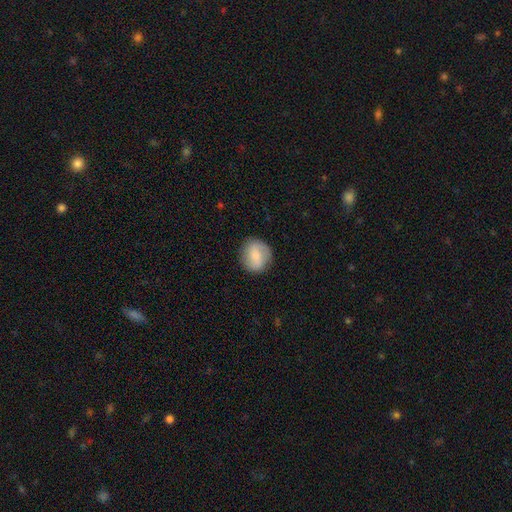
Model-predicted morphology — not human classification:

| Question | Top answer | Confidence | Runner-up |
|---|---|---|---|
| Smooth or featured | smooth | 60% | featured or disk (33%) |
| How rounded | round | 83% | in between (16%) |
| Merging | none | 86% | minor disturbance (10%) |